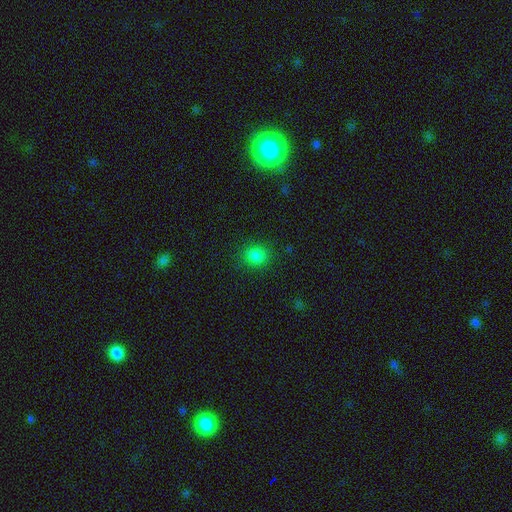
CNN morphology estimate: smooth-or-featured: smooth: 84% | star or artifact: 13% | featured or disk: 3%
  how-rounded: round: 79% | in between: 20% | cigar-shaped: 1%
  merging: none: 87% | minor disturbance: 8% | major disturbance: 3% | merger: 1%